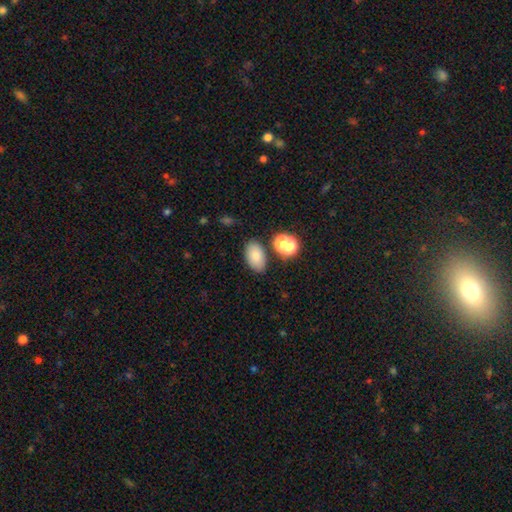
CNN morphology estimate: Smooth or featured?
  - smooth: 82% *
  - star or artifact: 10%
  - featured or disk: 8%
How rounded?
  - in between: 91% *
  - round: 8%
  - cigar-shaped: 1%
Merging?
  - none: 76% *
  - minor disturbance: 12%
  - merger: 8%
  - major disturbance: 3%